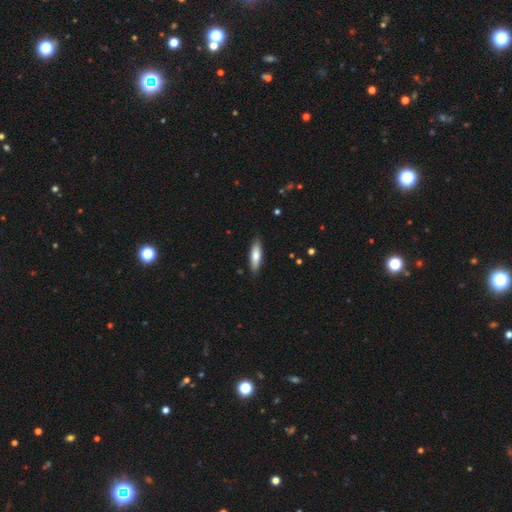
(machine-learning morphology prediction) Smooth or featured? smooth (74%)
How rounded? cigar-shaped (56%)
Merging? none (86%)